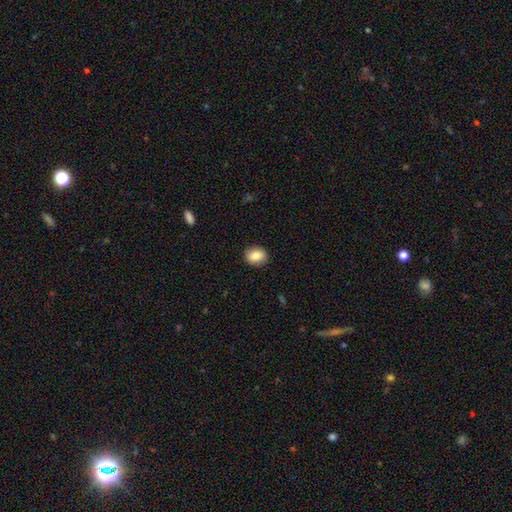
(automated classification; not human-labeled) Morphology: type=smooth (85%); roundness=in between (58%); merging=none (89%).